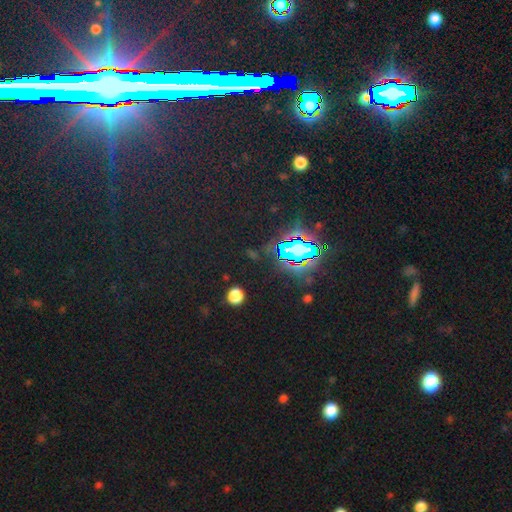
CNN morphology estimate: smooth-or-featured: star or artifact: 82% | smooth: 9% | featured or disk: 9%